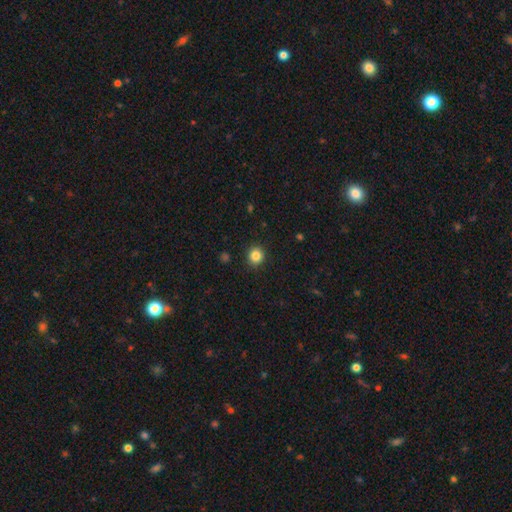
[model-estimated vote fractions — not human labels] This is clearly a smooth galaxy (85%). How rounded: clearly round (89%). Merging: clearly none (92%).